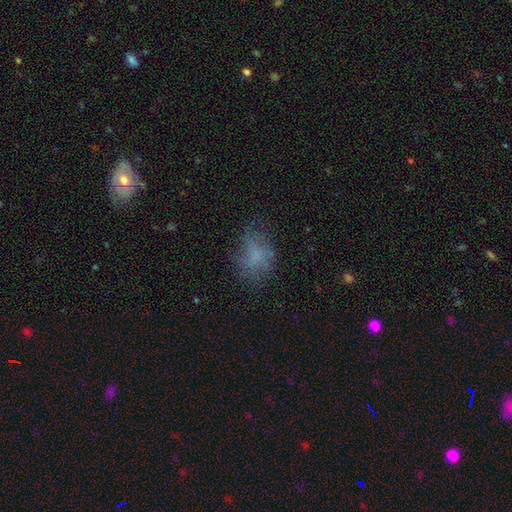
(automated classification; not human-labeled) Q: Smooth or featured?
A: smooth (62%); runner-up: featured or disk (21%)
Q: How rounded?
A: in between (71%); runner-up: round (26%)
Q: Merging?
A: none (52%); runner-up: minor disturbance (24%)